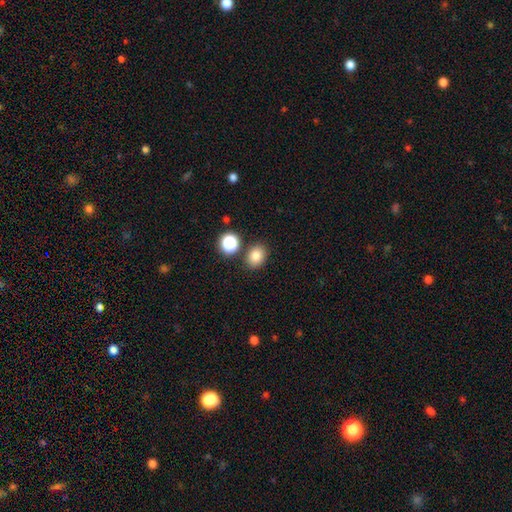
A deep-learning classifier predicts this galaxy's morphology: smooth-or-featured: smooth: 81% | star or artifact: 12% | featured or disk: 6%
  how-rounded: in between: 54% | round: 46% | cigar-shaped: 1%
  merging: none: 81% | minor disturbance: 9% | merger: 7% | major disturbance: 3%